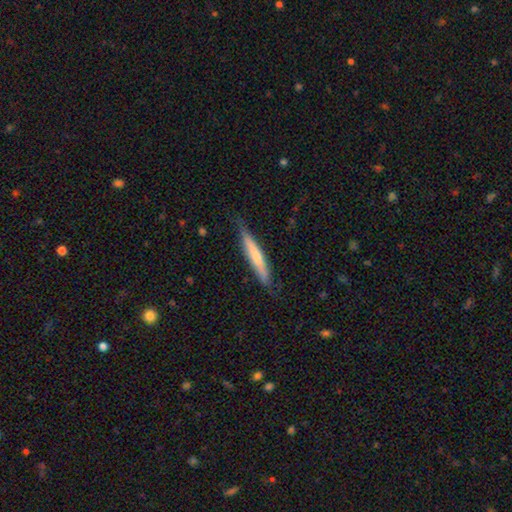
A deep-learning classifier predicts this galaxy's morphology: This appears to be a smooth galaxy with no disk features (59%) that is cigar-shaped (93%). Merging: none (78%).